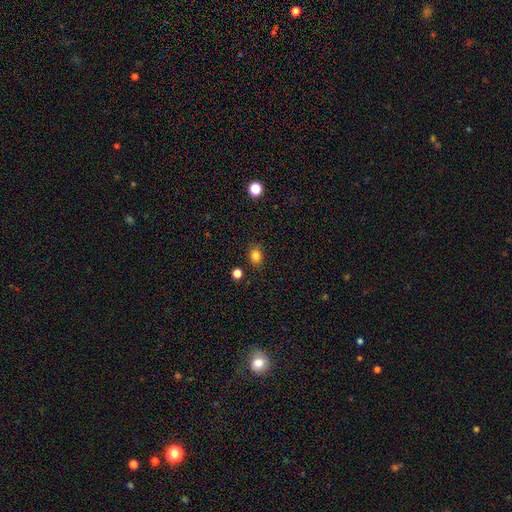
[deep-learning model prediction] smooth-or-featured: smooth: 83% | star or artifact: 12% | featured or disk: 5%
  how-rounded: in between: 55% | round: 44% | cigar-shaped: 1%
  merging: none: 82% | minor disturbance: 12% | major disturbance: 3% | merger: 2%